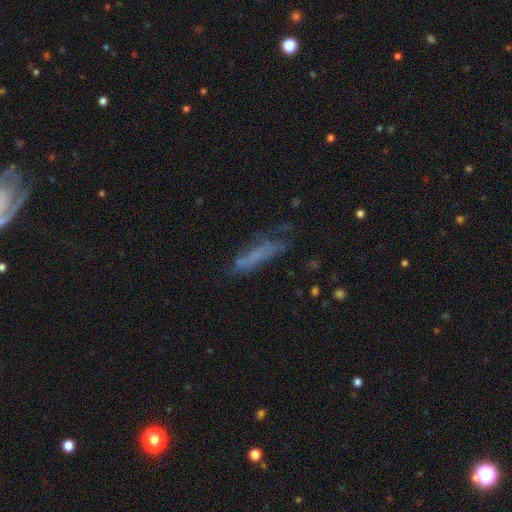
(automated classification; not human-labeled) Q: Smooth or featured?
A: smooth (54%); runner-up: featured or disk (33%)
Q: How rounded?
A: cigar-shaped (73%); runner-up: in between (25%)
Q: Merging?
A: none (53%); runner-up: minor disturbance (26%)